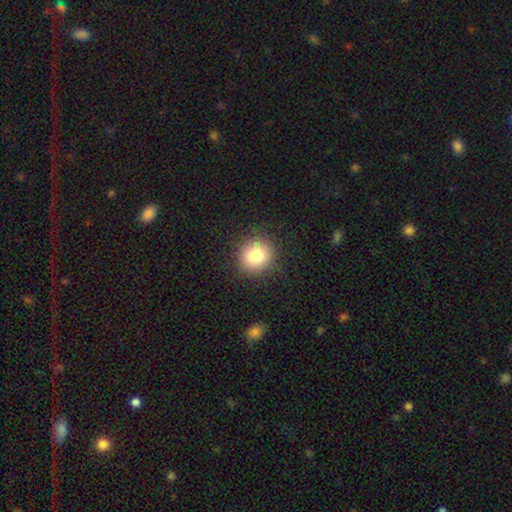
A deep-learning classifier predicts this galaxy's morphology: This is clearly a smooth galaxy (81%). How rounded: clearly round (89%). Merging: clearly none (89%).